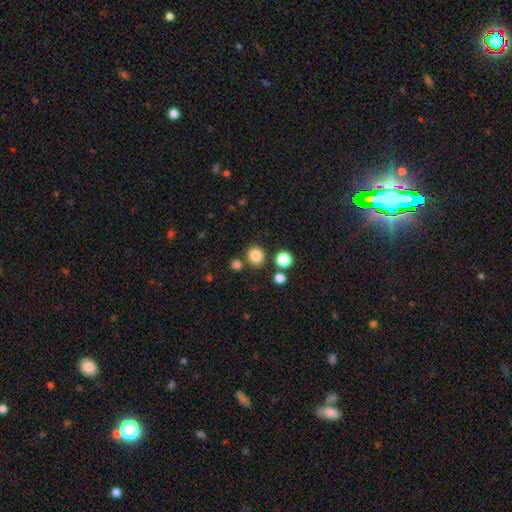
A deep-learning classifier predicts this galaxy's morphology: Overall: smooth (84%). How rounded: round (90%). Merging: none (81%).